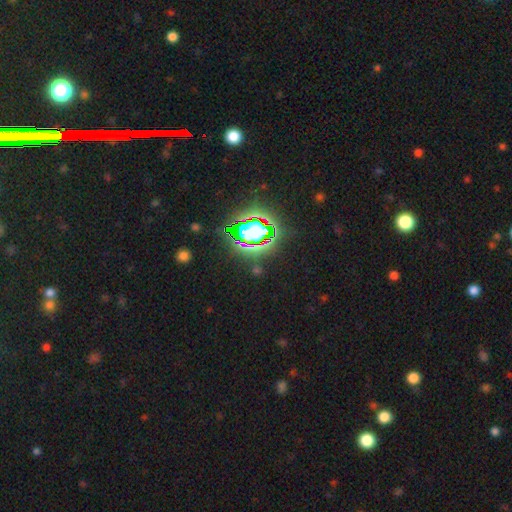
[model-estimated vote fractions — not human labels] A star or artifact, not a galaxy (82%).

Vote fractions:
- Smooth or featured? star or artifact: 82% / smooth: 10% / featured or disk: 8%